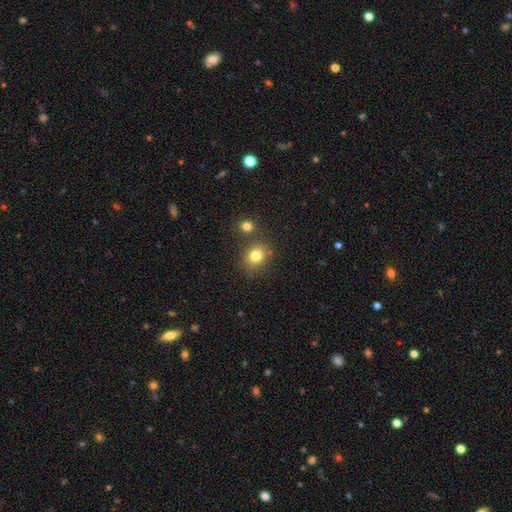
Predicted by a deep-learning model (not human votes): smooth 79%, star or artifact 12%, featured or disk 9%. Down the decision tree: how rounded — round (65%); merging — none (70%).